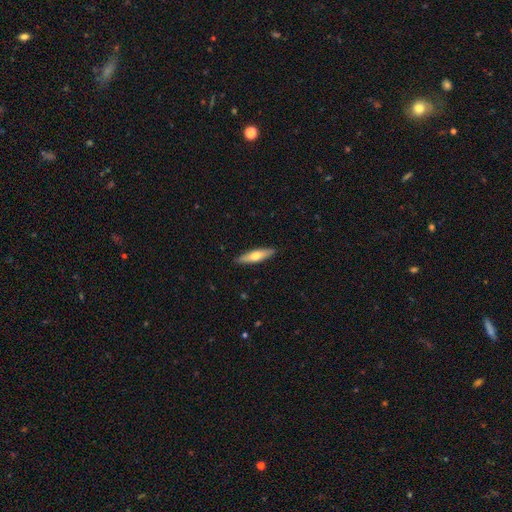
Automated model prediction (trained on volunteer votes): This is possibly a smooth galaxy (56%). How rounded: likely cigar-shaped (71%). Merging: clearly none (90%).